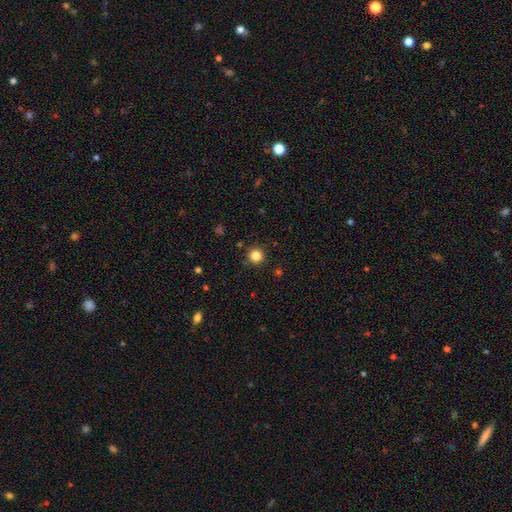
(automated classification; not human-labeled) smooth 84%, star or artifact 12%, featured or disk 4%. Down the decision tree: how rounded — round (94%); merging — none (90%).